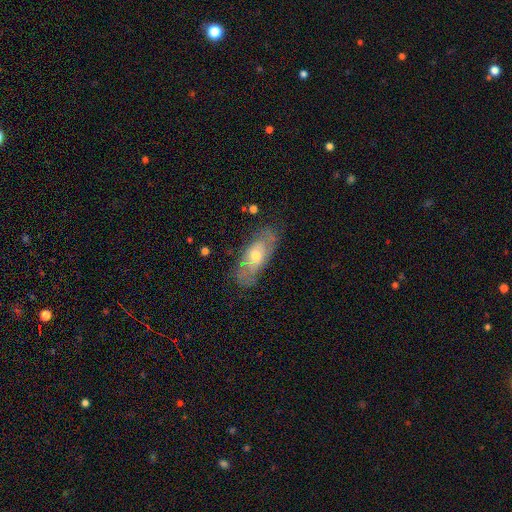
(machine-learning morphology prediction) Smooth or featured? Predicted: featured or disk (p=0.47). Merging? Predicted: none (p=0.66).